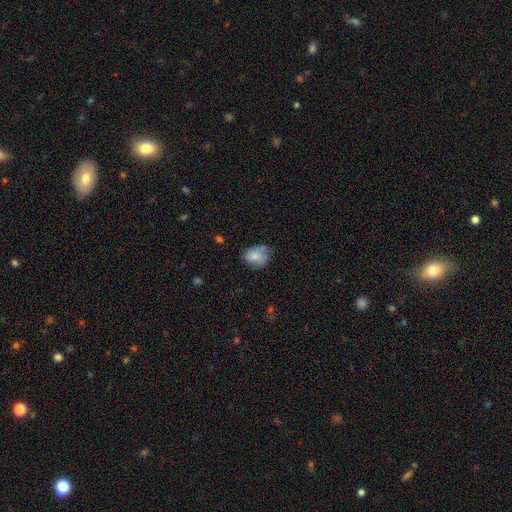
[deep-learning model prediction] Q: Smooth or featured?
A: smooth (74%); runner-up: featured or disk (17%)
Q: How rounded?
A: round (56%); runner-up: in between (43%)
Q: Merging?
A: none (52%); runner-up: minor disturbance (33%)